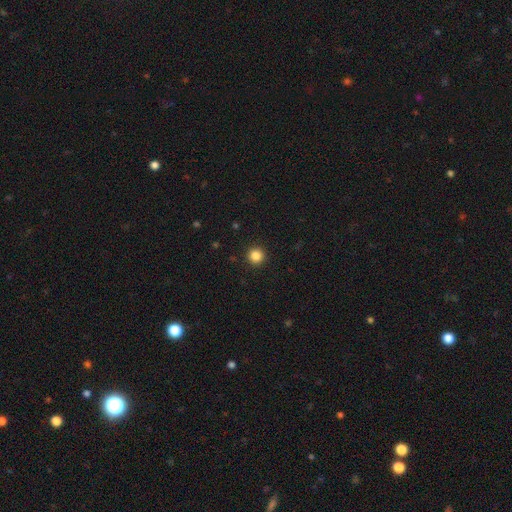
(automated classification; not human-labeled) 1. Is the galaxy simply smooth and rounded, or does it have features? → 85% smooth, 11% star or artifact, 4% featured or disk.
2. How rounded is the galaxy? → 95% round, 4% in between, 1% cigar-shaped.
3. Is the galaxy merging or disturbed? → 93% none, 4% minor disturbance, 2% major disturbance, 1% merger.